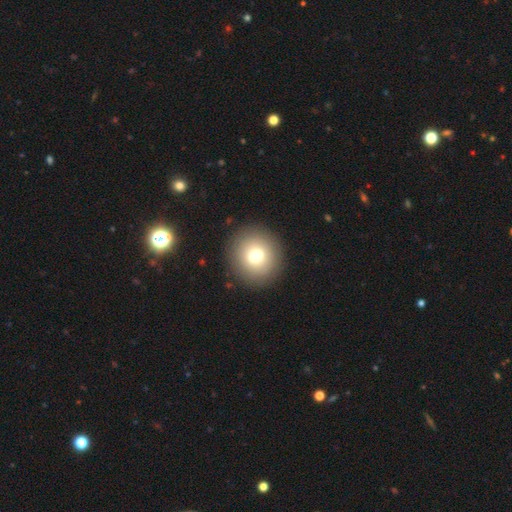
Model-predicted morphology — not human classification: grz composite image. It shows a smooth galaxy with no disk features (76%) that is round (90%). Merging: none (90%).